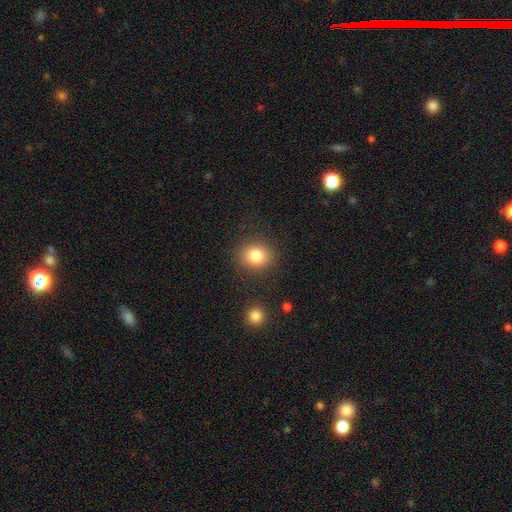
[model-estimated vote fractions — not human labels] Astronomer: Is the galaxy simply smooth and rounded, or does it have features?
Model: smooth — 80%.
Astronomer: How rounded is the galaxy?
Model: round — 77%.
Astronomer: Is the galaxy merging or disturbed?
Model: none — 86%.